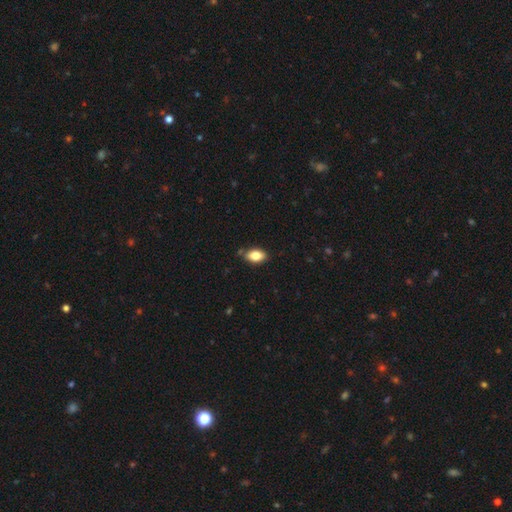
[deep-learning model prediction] smooth 83%, featured or disk 10%, star or artifact 8%. Down the decision tree: how rounded — in between (91%); merging — none (82%).